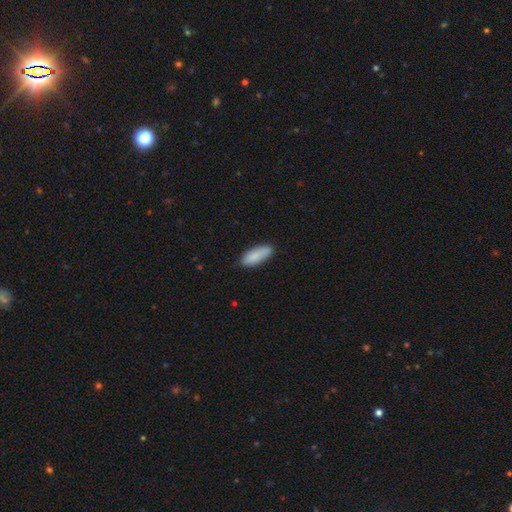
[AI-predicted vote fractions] Smooth or featured? smooth (86%)
How rounded? in between (74%)
Merging? none (80%)